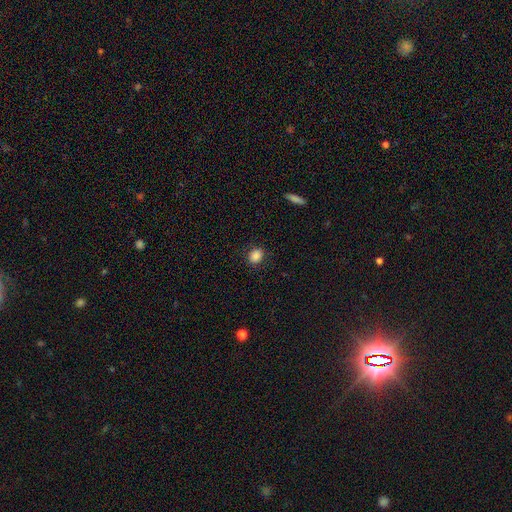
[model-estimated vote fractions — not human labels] Smooth or featured?
  - smooth: 86% *
  - star or artifact: 10%
  - featured or disk: 4%
How rounded?
  - round: 57% *
  - in between: 42%
  - cigar-shaped: 1%
Merging?
  - none: 85% *
  - minor disturbance: 11%
  - major disturbance: 3%
  - merger: 1%